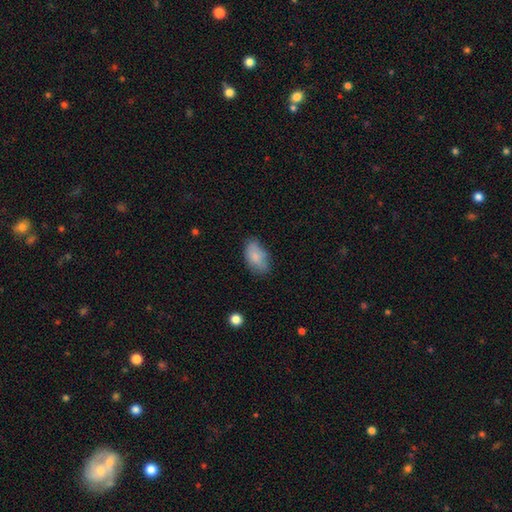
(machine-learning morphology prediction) Smooth or featured? smooth (81%)
How rounded? in between (92%)
Merging? none (65%)